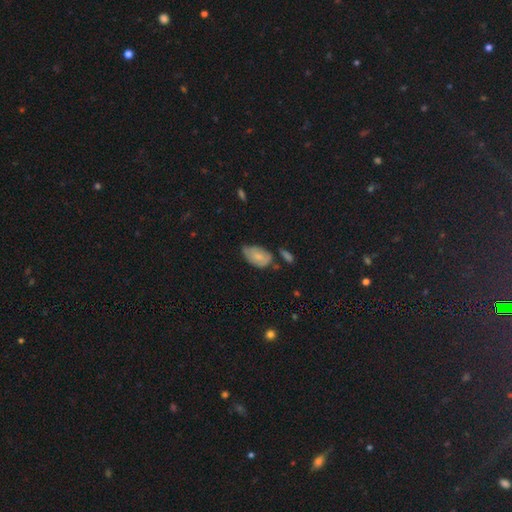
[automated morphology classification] smooth_or_featured: smooth (p=0.70) [alt: featured or disk p=0.22]
how_rounded: in between (p=0.91) [alt: round p=0.08]
merging: minor disturbance (p=0.43) [alt: none p=0.36]